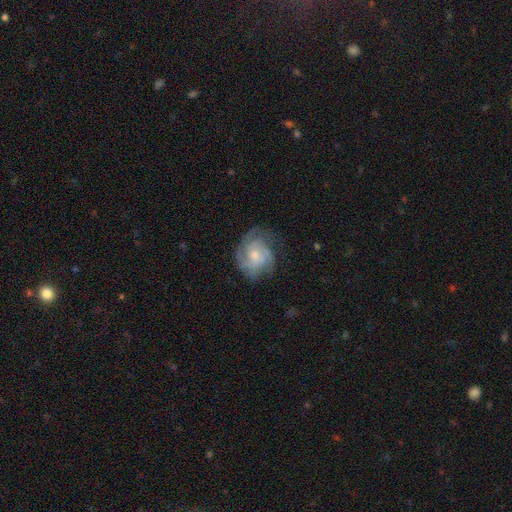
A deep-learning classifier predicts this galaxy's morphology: Smooth or featured: featured or disk — 78% (smooth — 15%)
Edge-on disk: no — 98% (yes — 2%)
Bar: no — 72% (weak — 24%)
Spiral arms: yes — 94% (no — 6%)
Spiral winding: tight — 54% (medium — 36%)
Spiral arm count: 3 — 33% (can't tell — 26%)
Bulge size: small — 51% (moderate — 42%)
Merging: none — 68% (minor disturbance — 21%)